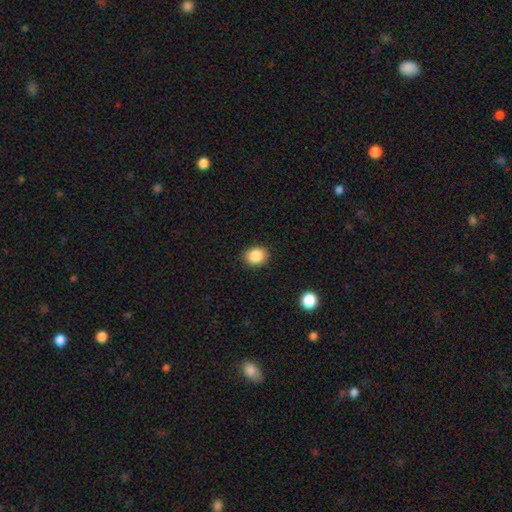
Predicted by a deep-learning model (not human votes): Smooth or featured? smooth (87%)
How rounded? round (63%)
Merging? none (90%)